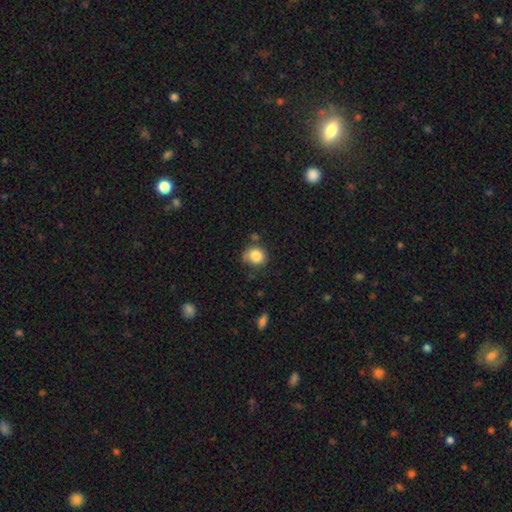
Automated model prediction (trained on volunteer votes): Smooth or featured: smooth — 84% (star or artifact — 9%)
How rounded: round — 83% (in between — 16%)
Merging: none — 70% (minor disturbance — 20%)